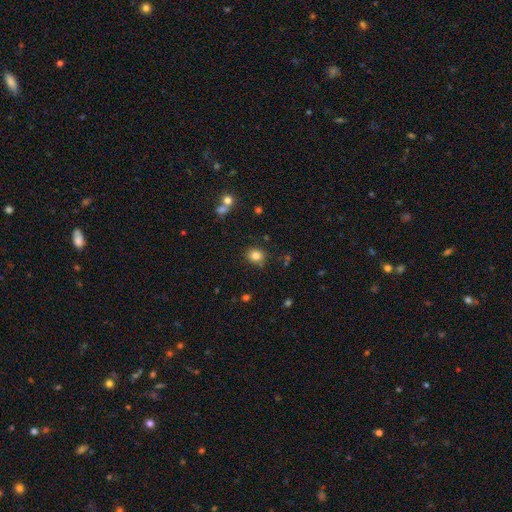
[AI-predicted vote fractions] Overall: smooth (82%). How rounded: round (75%). Merging: none (83%).